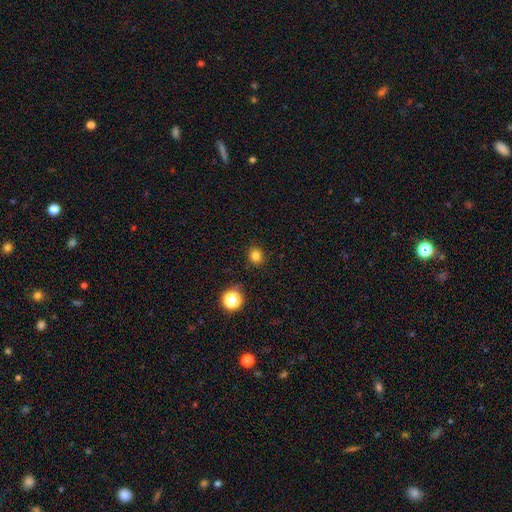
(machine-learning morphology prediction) Q: Smooth or featured?
A: smooth (81%); runner-up: star or artifact (15%)
Q: How rounded?
A: round (82%); runner-up: in between (17%)
Q: Merging?
A: none (89%); runner-up: minor disturbance (8%)